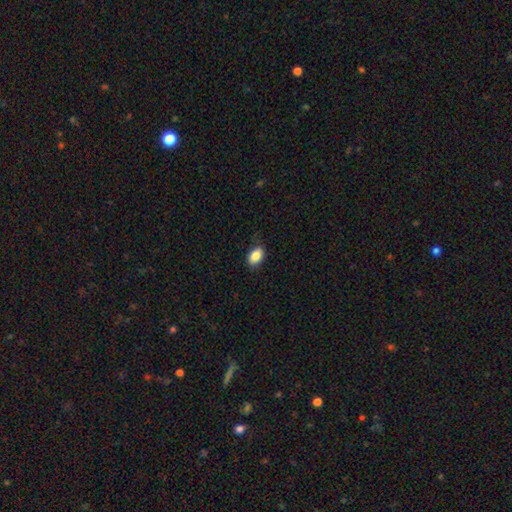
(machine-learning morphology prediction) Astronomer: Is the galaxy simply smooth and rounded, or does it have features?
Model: smooth — 85%.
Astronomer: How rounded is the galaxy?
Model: in between — 88%.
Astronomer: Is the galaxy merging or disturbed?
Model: none — 82%.